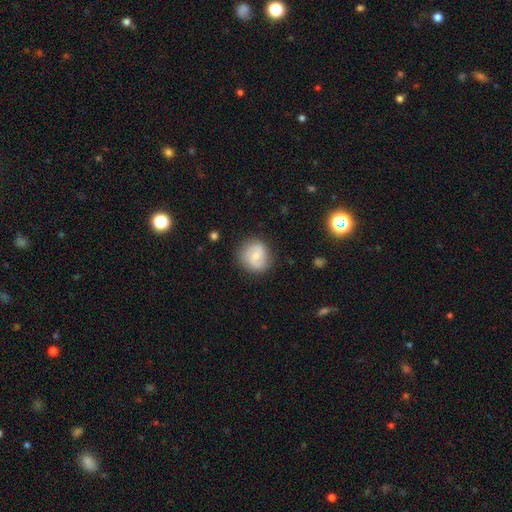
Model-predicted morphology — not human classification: featured or disk 53%, smooth 41%, star or artifact 7%. Down the decision tree: edge-on disk — no (98%); bar — weak (50%); spiral arms — yes (86%); bulge size — small (46%); merging — none (81%).